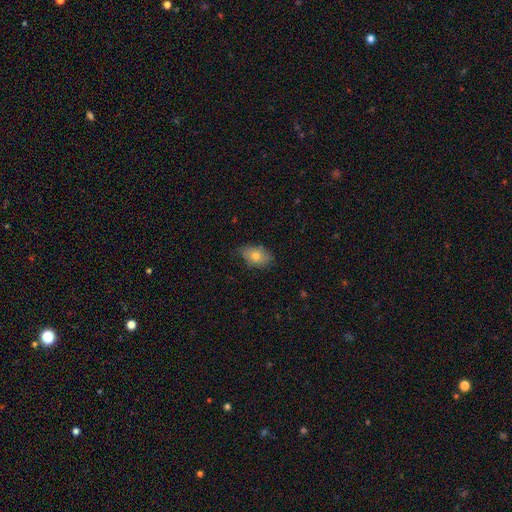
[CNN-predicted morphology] Smooth or featured: smooth — 75% (featured or disk — 17%)
How rounded: in between — 84% (round — 15%)
Merging: none — 71% (minor disturbance — 24%)